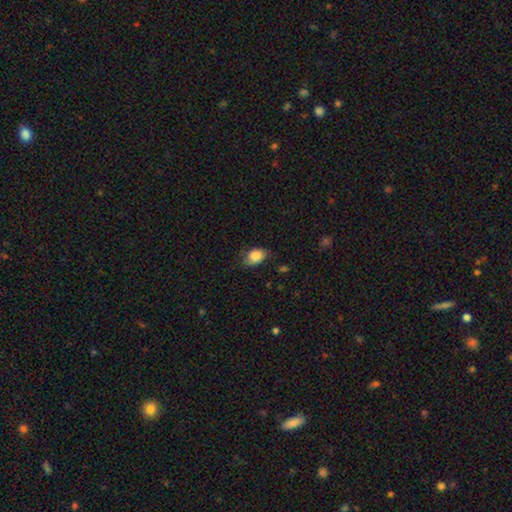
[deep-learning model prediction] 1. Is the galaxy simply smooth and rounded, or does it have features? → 84% smooth, 9% featured or disk, 8% star or artifact.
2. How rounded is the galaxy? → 83% in between, 16% round, 1% cigar-shaped.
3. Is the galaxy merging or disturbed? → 57% none, 32% minor disturbance, 9% major disturbance, 2% merger.